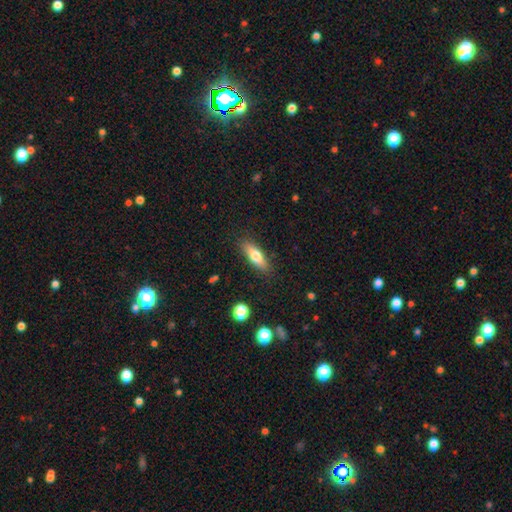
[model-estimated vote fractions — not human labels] A smooth galaxy with no disk features (72%) that is in between round and cigar-shaped (55%). Merging: none (86%).